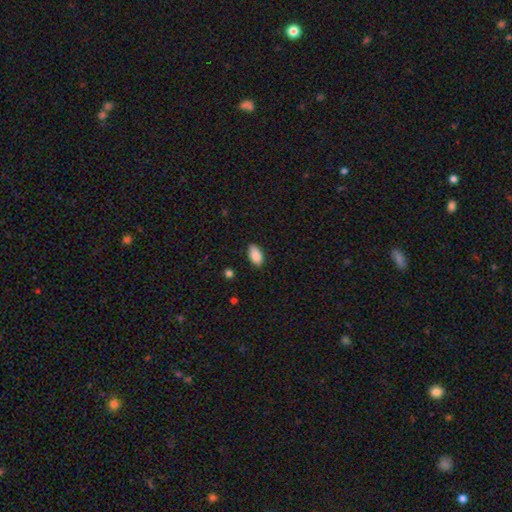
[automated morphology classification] Smooth or featured: smooth — 88% (star or artifact — 7%)
How rounded: in between — 93% (round — 4%)
Merging: none — 83% (minor disturbance — 13%)